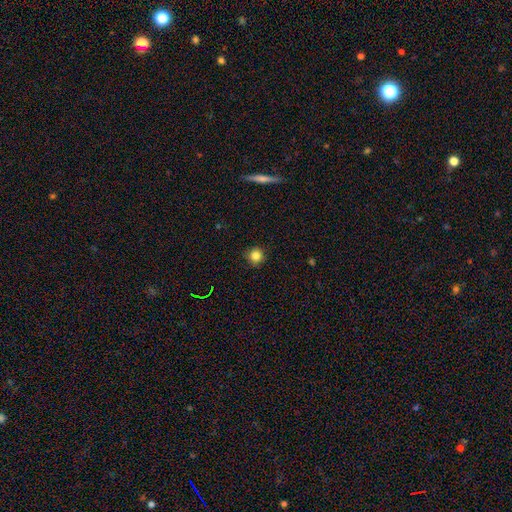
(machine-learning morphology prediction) smooth-or-featured: smooth: 84% | star or artifact: 12% | featured or disk: 5%
  how-rounded: round: 95% | in between: 4% | cigar-shaped: 1%
  merging: none: 89% | minor disturbance: 8% | major disturbance: 2% | merger: 1%